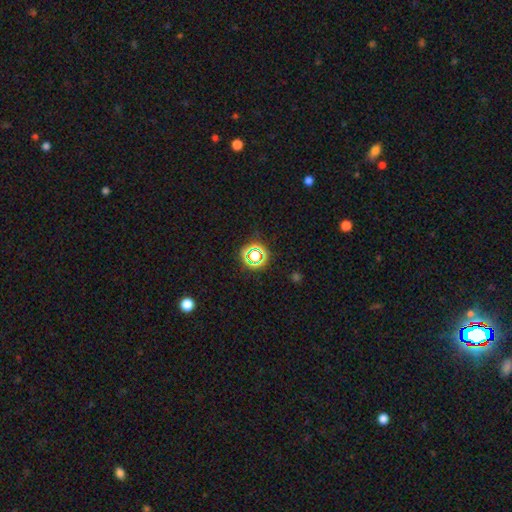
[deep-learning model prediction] Q: Smooth or featured?
A: star or artifact (62%); runner-up: smooth (27%)